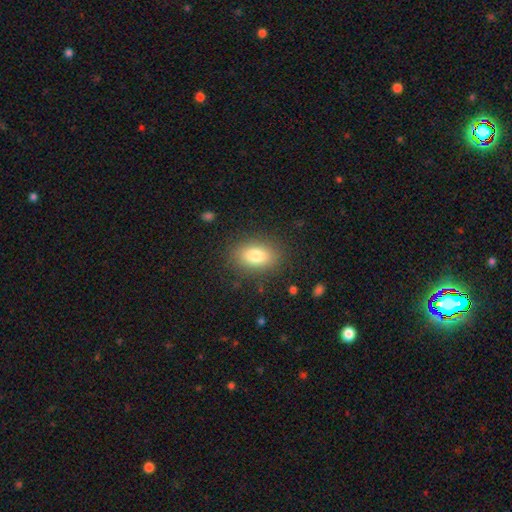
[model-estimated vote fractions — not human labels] Morphology: type=smooth (82%); roundness=in between (84%); merging=none (86%).